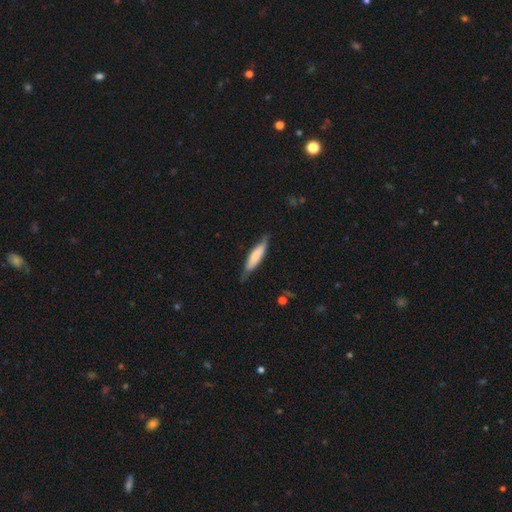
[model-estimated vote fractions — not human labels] smooth-or-featured: smooth: 69% | featured or disk: 25% | star or artifact: 6%
  how-rounded: cigar-shaped: 75% | in between: 24% | round: 1%
  merging: none: 72% | minor disturbance: 22% | major disturbance: 4% | merger: 1%